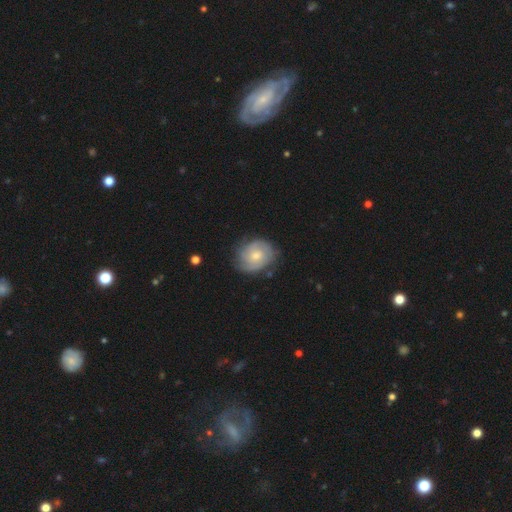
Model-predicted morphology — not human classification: A featured or disk galaxy (64%) with no bar (65%), 2 (46%) tight (55%) spiral arms (89%) and a moderate central bulge (51%).

Vote fractions:
- Smooth or featured? featured or disk: 64% / smooth: 30% / star or artifact: 6%
- Edge-on disk? no: 98% / yes: 2%
- Bar? no: 65% / weak: 31% / strong: 4%
- Spiral arms? yes: 89% / no: 11%
- Spiral winding? tight: 55% / medium: 34% / loose: 11%
- Spiral arm count? 2: 46% / can't tell: 29% / 3: 14% / 1: 4% / 4: 4% / more than 4: 3%
- Bulge size? moderate: 51% / small: 42% / large: 3% / none: 3% / dominant: 1%
- Merging? none: 72% / minor disturbance: 20% / major disturbance: 6% / merger: 2%